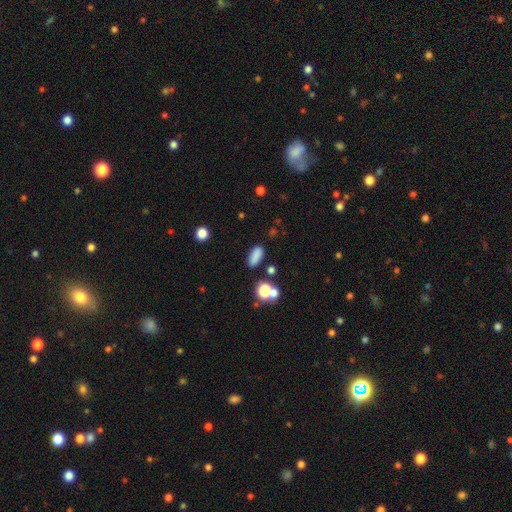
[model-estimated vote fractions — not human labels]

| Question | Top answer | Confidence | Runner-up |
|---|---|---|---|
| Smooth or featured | smooth | 81% | star or artifact (12%) |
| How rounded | in between | 73% | cigar-shaped (20%) |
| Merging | none | 78% | minor disturbance (12%) |